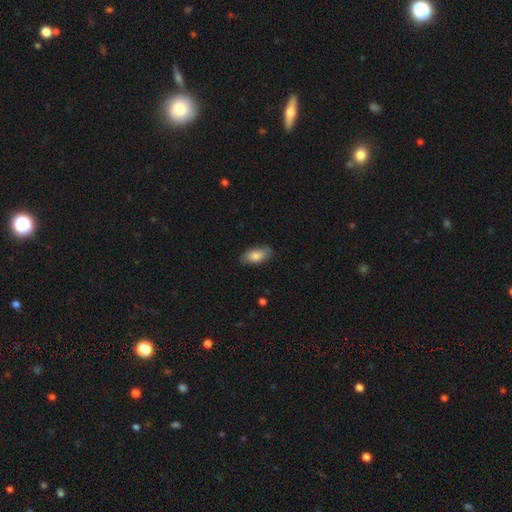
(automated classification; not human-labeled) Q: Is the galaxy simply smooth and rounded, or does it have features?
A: smooth — 83%.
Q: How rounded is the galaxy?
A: in between — 91%.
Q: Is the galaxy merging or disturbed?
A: none — 80%.